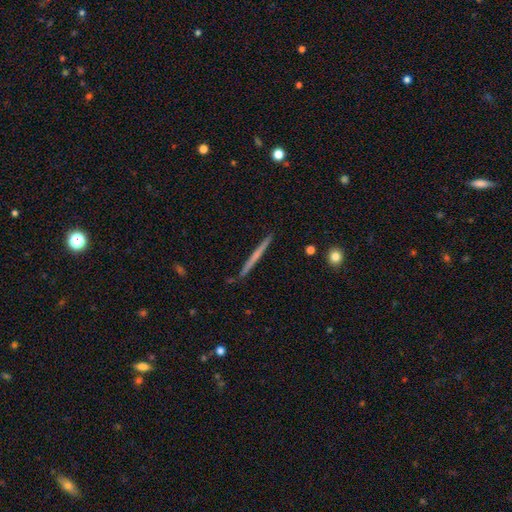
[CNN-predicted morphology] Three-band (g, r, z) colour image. It shows a featured or disk galaxy (54%) viewed edge-on (98%) with no central bulge (78%). Merging: none (92%).